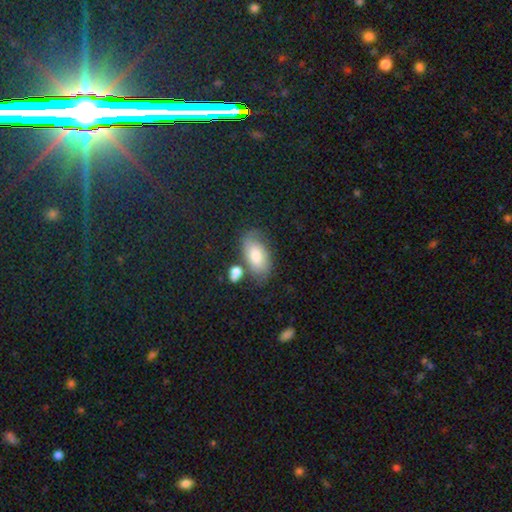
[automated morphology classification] This is likely a smooth galaxy (67%). How rounded: clearly in between (92%). Merging: likely none (60%).